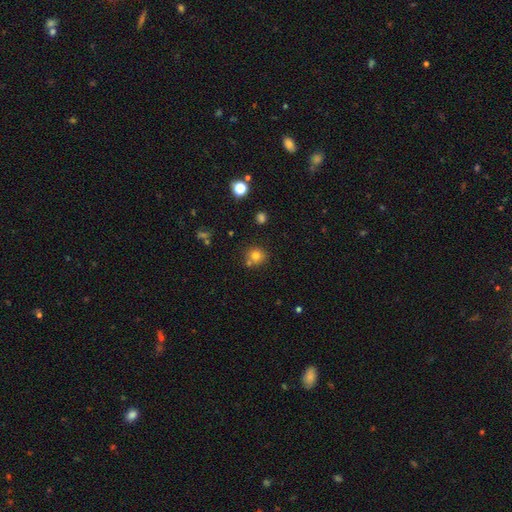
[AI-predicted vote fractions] This is likely a smooth galaxy (76%). How rounded: clearly round (88%). Merging: likely none (71%).